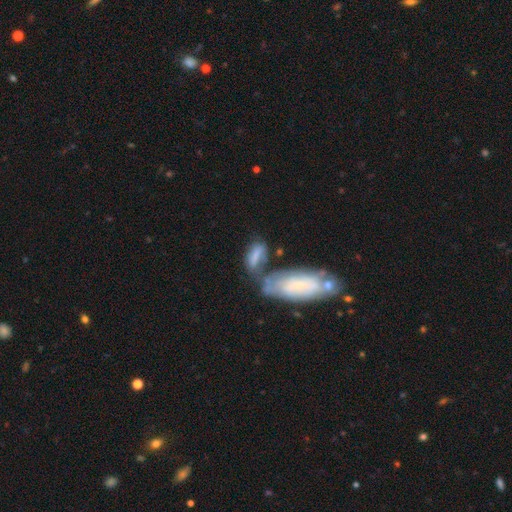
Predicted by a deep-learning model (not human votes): Overall: smooth (63%; featured or disk 28%). How rounded: in between (70%). Merging: none (34%; merger 32%).